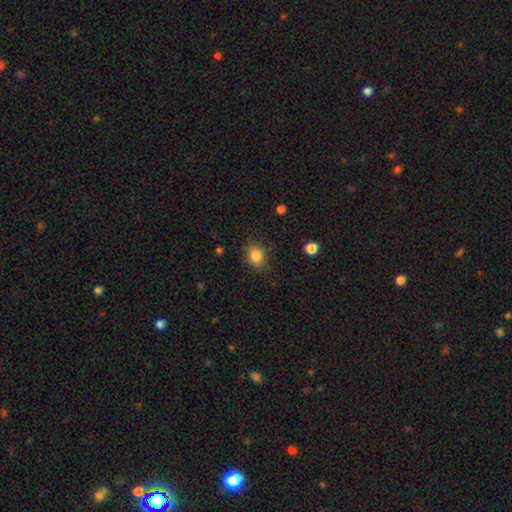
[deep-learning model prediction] Smooth or featured?
  - smooth: 86% *
  - star or artifact: 9%
  - featured or disk: 5%
How rounded?
  - in between: 57% *
  - round: 42%
  - cigar-shaped: 1%
Merging?
  - none: 80% *
  - minor disturbance: 14%
  - major disturbance: 4%
  - merger: 1%